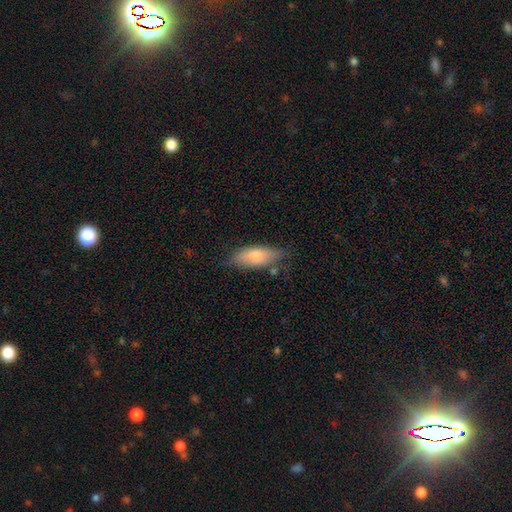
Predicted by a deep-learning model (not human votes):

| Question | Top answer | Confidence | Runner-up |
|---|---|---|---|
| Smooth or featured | smooth | 58% | featured or disk (31%) |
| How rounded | in between | 57% | cigar-shaped (40%) |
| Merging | none | 77% | minor disturbance (17%) |